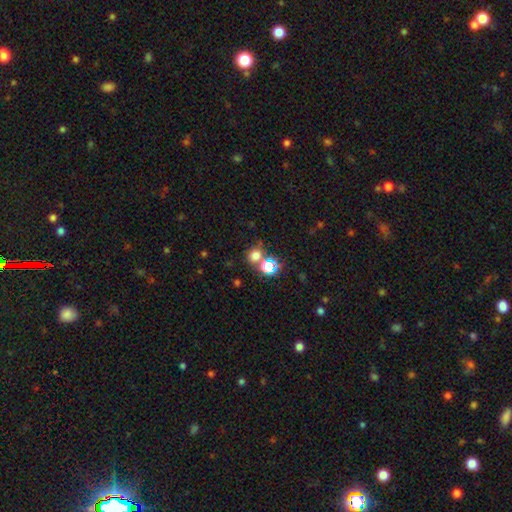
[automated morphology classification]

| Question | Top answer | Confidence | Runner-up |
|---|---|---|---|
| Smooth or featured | smooth | 65% | star or artifact (27%) |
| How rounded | round | 76% | in between (23%) |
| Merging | none | 62% | merger (21%) |